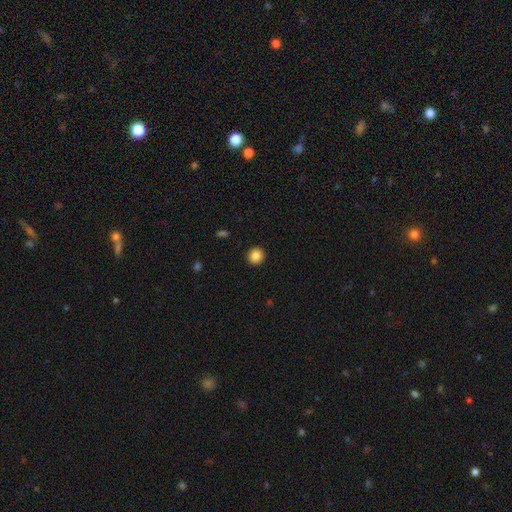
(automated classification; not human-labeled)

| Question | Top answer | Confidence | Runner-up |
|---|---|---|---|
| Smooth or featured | smooth | 86% | star or artifact (9%) |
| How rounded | round | 95% | in between (5%) |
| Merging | none | 93% | minor disturbance (4%) |